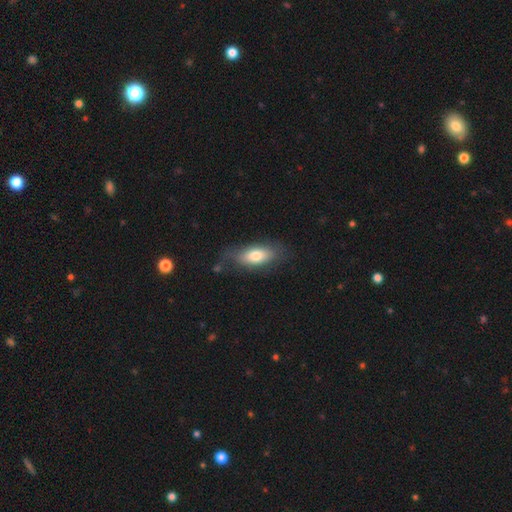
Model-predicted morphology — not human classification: Smooth or featured: smooth — 72% (featured or disk — 21%)
How rounded: in between — 82% (cigar-shaped — 15%)
Merging: none — 66% (minor disturbance — 23%)